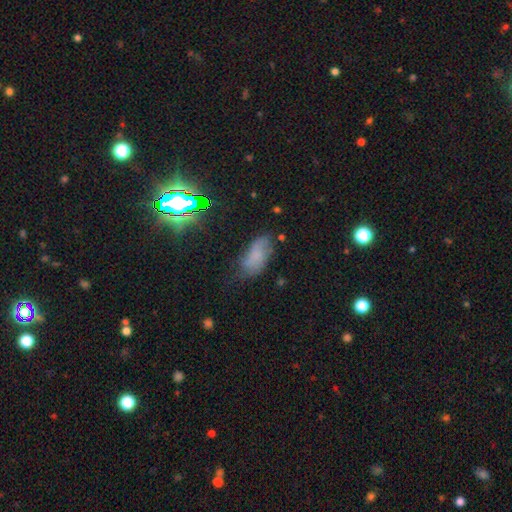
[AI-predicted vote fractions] A smooth galaxy with no disk features (58%) that is in between round and cigar-shaped (90%). Merging: none (51%).